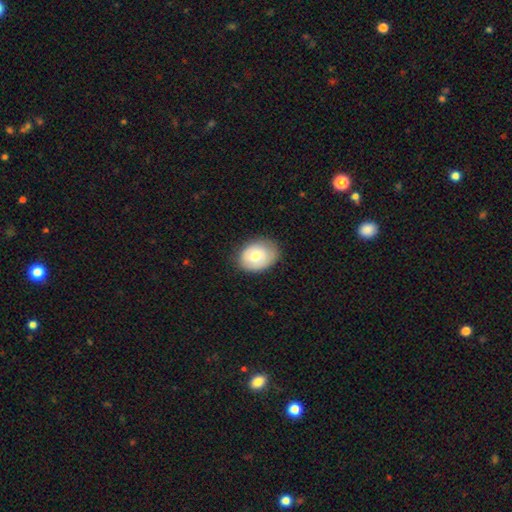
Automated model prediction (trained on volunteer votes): Smooth or featured? smooth (66%)
How rounded? in between (68%)
Merging? none (71%)